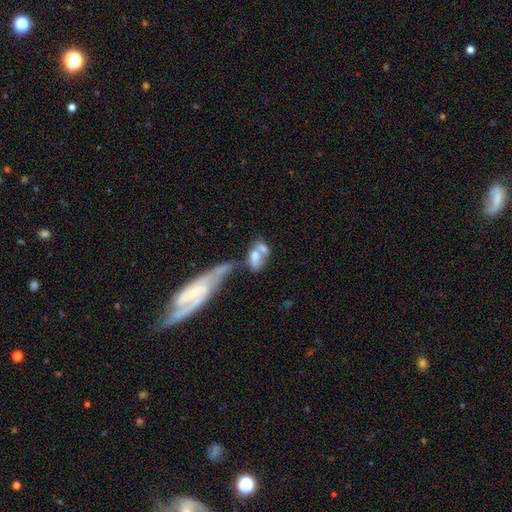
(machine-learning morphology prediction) smooth 56%, featured or disk 35%, star or artifact 9%. Down the decision tree: how rounded — in between (84%); merging — merger (59%).